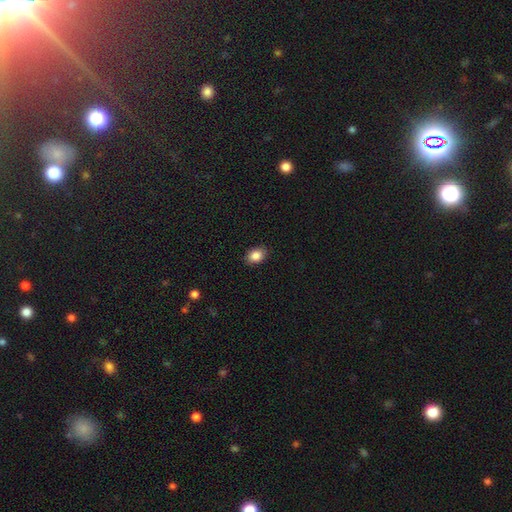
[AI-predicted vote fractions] This appears to be a smooth galaxy with no disk features (87%) that is in between round and cigar-shaped (74%). Merging: none (88%).